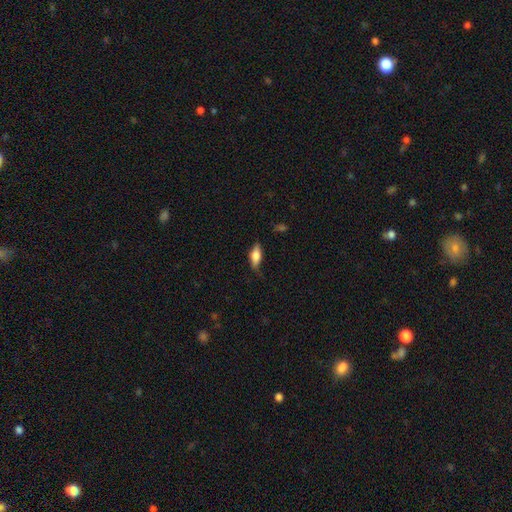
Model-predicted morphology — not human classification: type=smooth (72%); roundness=in between (77%); merging=none (70%).